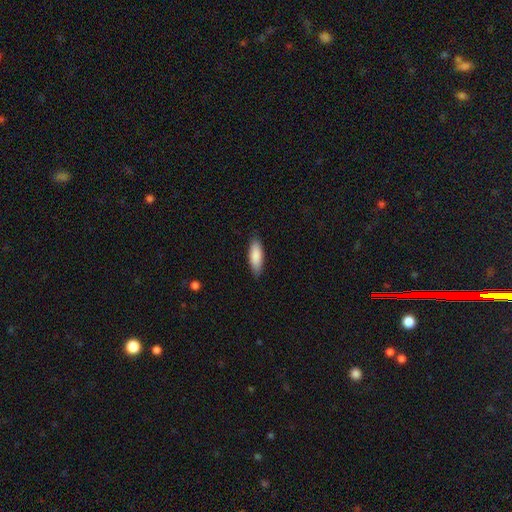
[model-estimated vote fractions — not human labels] Morphology: type=smooth (86%); roundness=in between (61%); merging=none (87%).